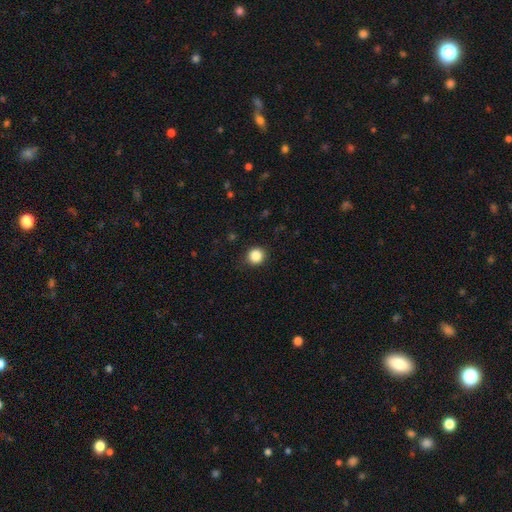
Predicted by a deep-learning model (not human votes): Smooth or featured? smooth (86%)
How rounded? round (92%)
Merging? none (90%)